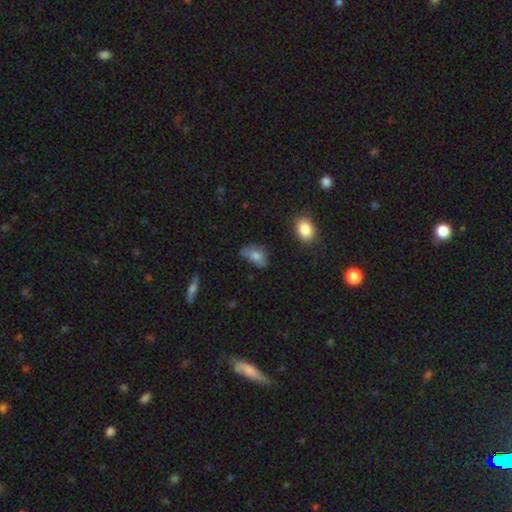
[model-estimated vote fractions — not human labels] Smooth or featured?
  - smooth: 74% *
  - featured or disk: 17%
  - star or artifact: 9%
How rounded?
  - in between: 87% *
  - round: 10%
  - cigar-shaped: 3%
Merging?
  - none: 50% *
  - minor disturbance: 35%
  - major disturbance: 12%
  - merger: 3%